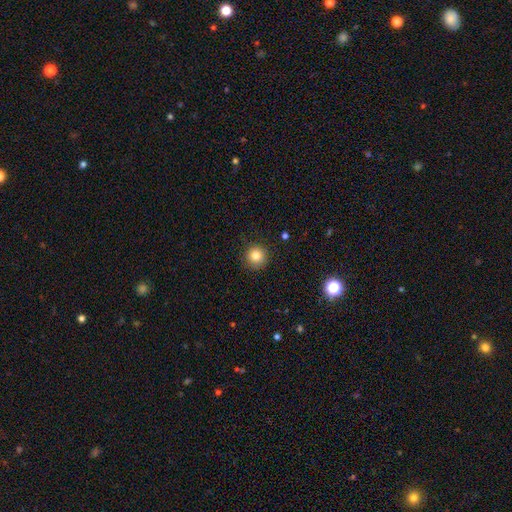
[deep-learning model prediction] Overall: smooth (83%). How rounded: round (95%). Merging: none (90%).